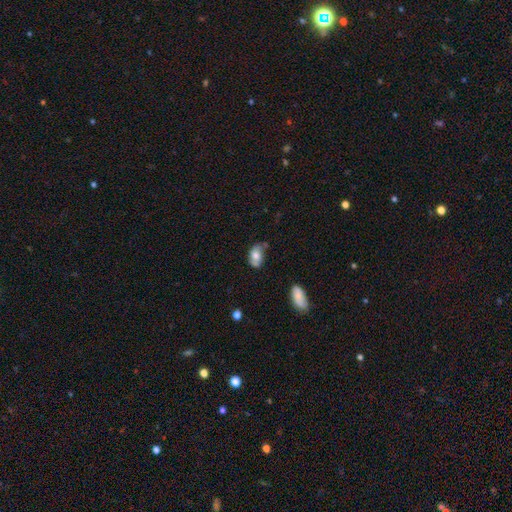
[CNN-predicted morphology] Smooth or featured? Predicted: smooth (p=0.63). How rounded? Predicted: in between (p=0.85). Merging? Predicted: none (p=0.44).